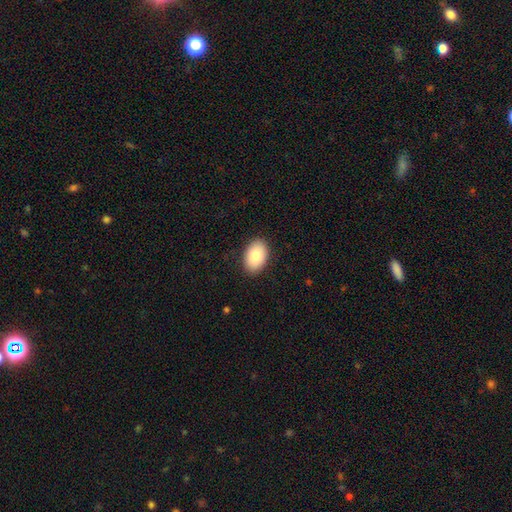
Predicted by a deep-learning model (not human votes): smooth_or_featured: smooth (p=0.84) [alt: featured or disk p=0.10]
how_rounded: in between (p=0.89) [alt: round p=0.10]
merging: none (p=0.89) [alt: minor disturbance p=0.08]